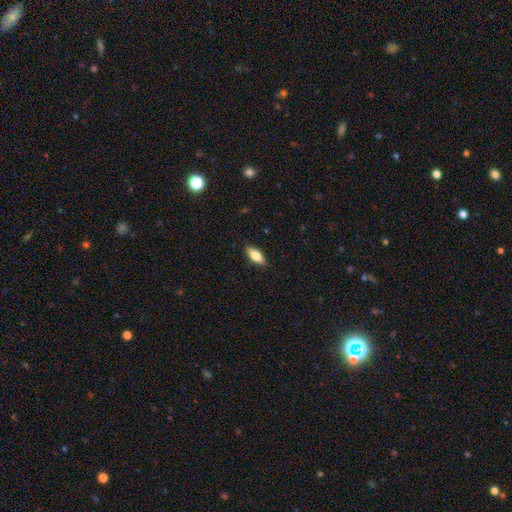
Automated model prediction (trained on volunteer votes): A smooth galaxy with no disk features (73%) that is in between round and cigar-shaped (76%). Merging: none (88%).